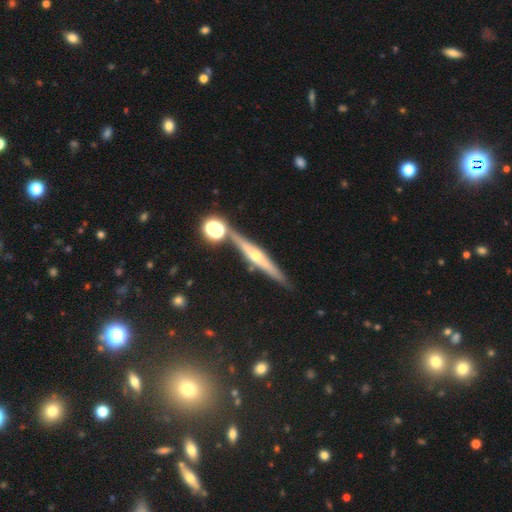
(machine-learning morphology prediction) Q: Smooth or featured?
A: featured or disk (71%); runner-up: smooth (19%)
Q: Edge-on disk?
A: yes (96%); runner-up: no (4%)
Q: Edge-on bulge?
A: rounded (85%); runner-up: none (10%)
Q: Merging?
A: none (83%); runner-up: minor disturbance (9%)